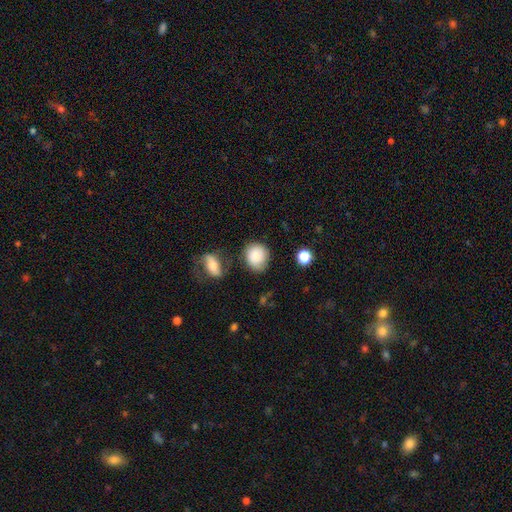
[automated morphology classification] smooth_or_featured: smooth (p=0.81) [alt: featured or disk p=0.11]
how_rounded: round (p=0.73) [alt: in between p=0.25]
merging: none (p=0.65) [alt: minor disturbance p=0.23]